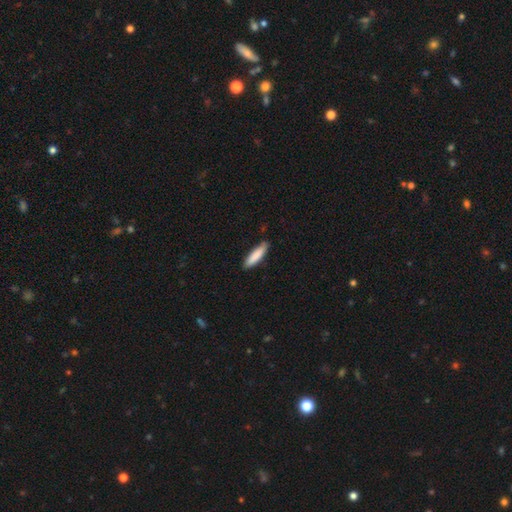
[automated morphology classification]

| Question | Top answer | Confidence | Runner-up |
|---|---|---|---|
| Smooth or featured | smooth | 86% | featured or disk (8%) |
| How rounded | cigar-shaped | 74% | in between (25%) |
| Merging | none | 85% | minor disturbance (12%) |